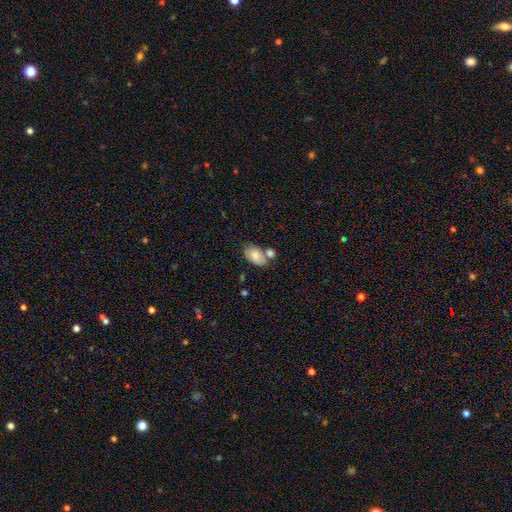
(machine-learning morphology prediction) Smooth or featured? smooth (78%)
How rounded? in between (91%)
Merging? none (47%)